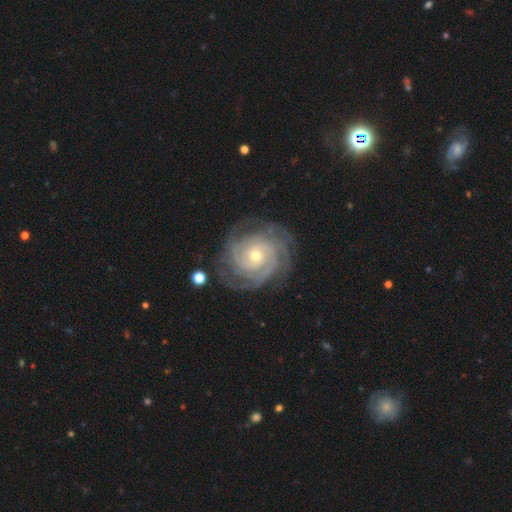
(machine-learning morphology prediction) Smooth or featured? Predicted: featured or disk (p=0.91). Edge-on disk? Predicted: no (p=0.98). Bar? Predicted: no (p=0.72). Spiral arms? Predicted: yes (p=0.98). Spiral winding? Predicted: tight (p=0.81). Spiral arm count? Predicted: 3 (p=0.25). Bulge size? Predicted: small (p=0.49). Merging? Predicted: none (p=0.79).